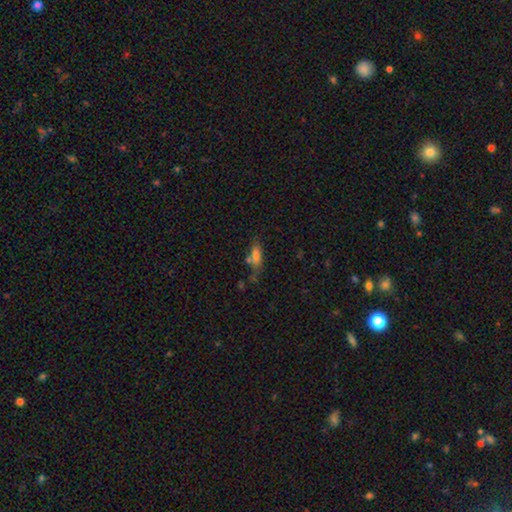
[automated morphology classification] smooth-or-featured: smooth: 71% | featured or disk: 18% | star or artifact: 11%
  how-rounded: in between: 63% | cigar-shaped: 33% | round: 3%
  merging: none: 48% | minor disturbance: 21% | merger: 21% | major disturbance: 10%